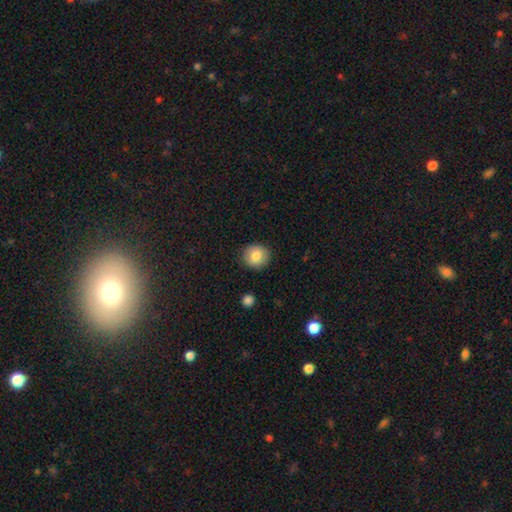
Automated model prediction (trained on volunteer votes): smooth_or_featured: smooth (p=0.84) [alt: star or artifact p=0.08]
how_rounded: round (p=0.87) [alt: in between p=0.12]
merging: none (p=0.89) [alt: minor disturbance p=0.07]